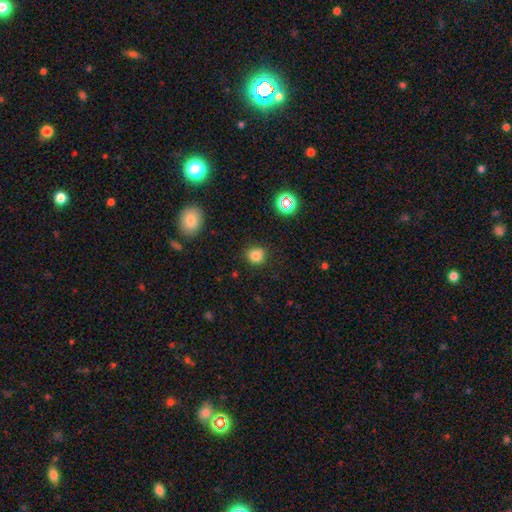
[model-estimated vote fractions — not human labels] A smooth galaxy with no disk features (80%) that is round (84%).

Vote fractions:
- Smooth or featured? smooth: 80% / star or artifact: 14% / featured or disk: 5%
- How rounded? round: 84% / in between: 15% / cigar-shaped: 1%
- Merging? none: 81% / minor disturbance: 13% / major disturbance: 3% / merger: 2%